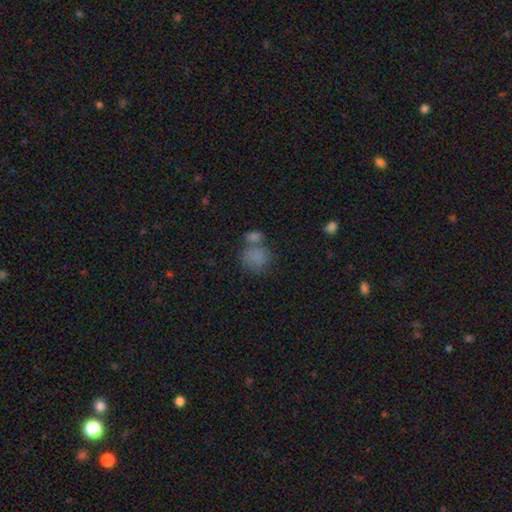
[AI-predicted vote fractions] This is likely a smooth galaxy (79%). How rounded: likely round (70%). Merging: marginally none (41%).